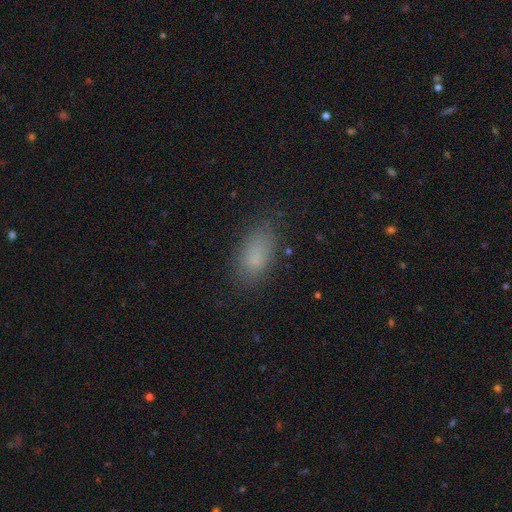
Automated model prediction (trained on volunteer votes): Smooth or featured? smooth (82%)
How rounded? in between (91%)
Merging? none (78%)